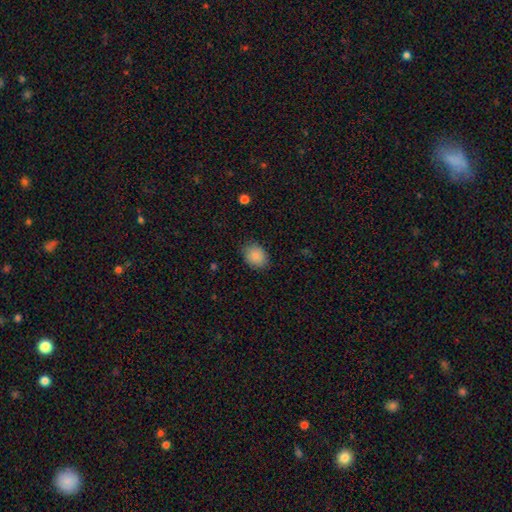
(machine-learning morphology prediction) type=smooth (88%); roundness=in between (56%); merging=none (82%).